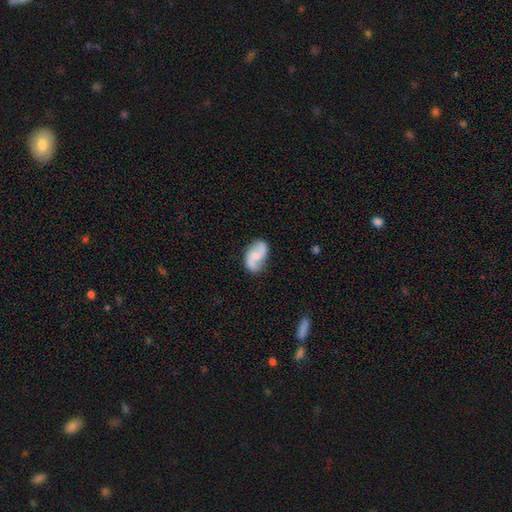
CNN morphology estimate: smooth-or-featured: featured or disk: 65% | smooth: 29% | star or artifact: 6%
  disk-edge-on: no: 97% | yes: 3%
    bar: no: 58% | weak: 34% | strong: 7%
    has-spiral-arms: yes: 92% | no: 8%
      spiral-winding: loose: 53% | medium: 34% | tight: 12%
      spiral-arm-count: 2: 89% | can't tell: 5% | 1: 3% | 3: 1% | 4: 1% | more than 4: 1%
    bulge-size: small: 49% | moderate: 32% | none: 16% | large: 3% | dominant: 1%
  merging: none: 71% | minor disturbance: 21% | major disturbance: 6% | merger: 2%